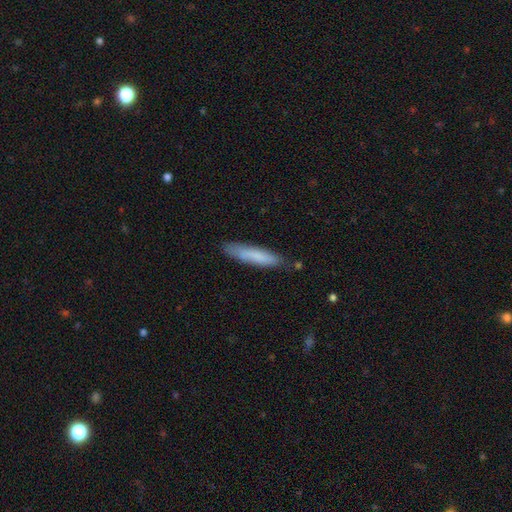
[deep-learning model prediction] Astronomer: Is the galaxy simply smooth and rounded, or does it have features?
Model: smooth — 76%.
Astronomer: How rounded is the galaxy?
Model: cigar-shaped — 86%.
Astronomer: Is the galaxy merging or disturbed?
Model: none — 78%.